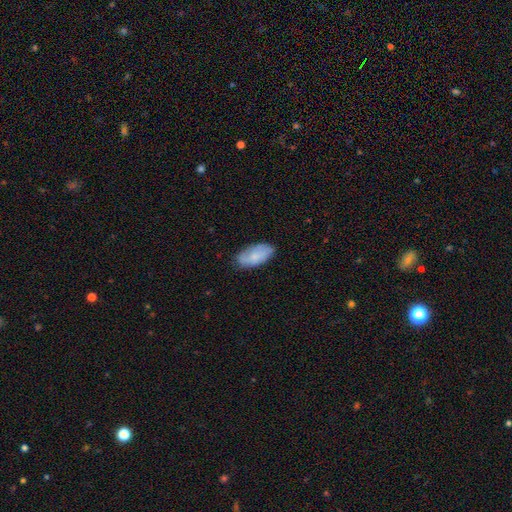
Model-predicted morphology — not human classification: Smooth or featured? Predicted: smooth (p=0.74). How rounded? Predicted: in between (p=0.92). Merging? Predicted: none (p=0.75).